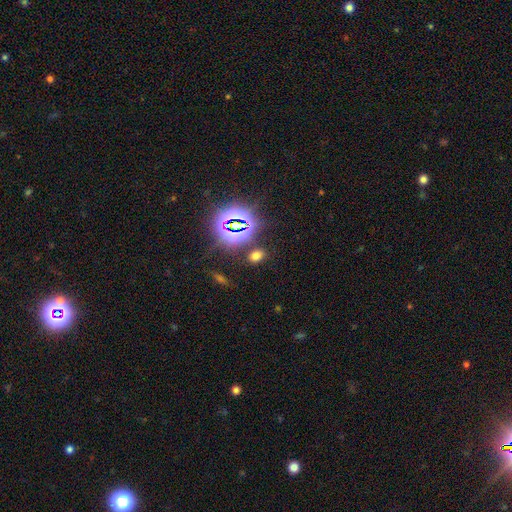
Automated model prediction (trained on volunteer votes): smooth_or_featured: smooth (p=0.57) [alt: star or artifact p=0.37]
how_rounded: in between (p=0.74) [alt: round p=0.23]
merging: none (p=0.82) [alt: minor disturbance p=0.09]